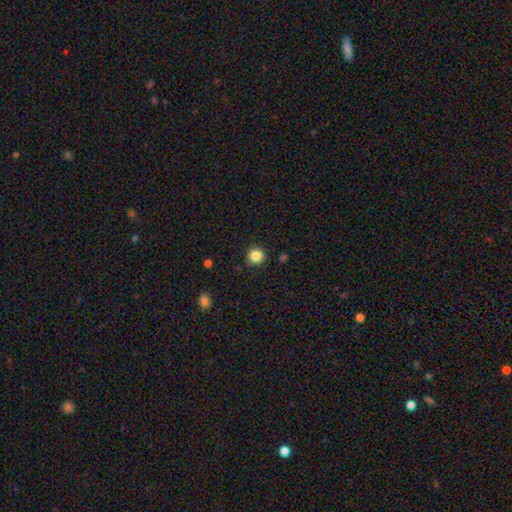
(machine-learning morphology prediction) type=smooth (85%); roundness=round (95%); merging=none (90%).